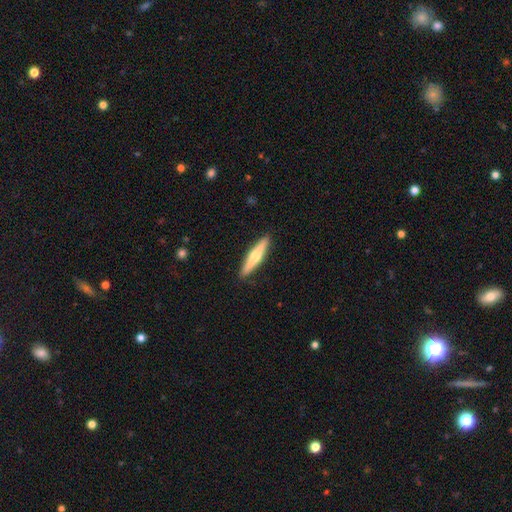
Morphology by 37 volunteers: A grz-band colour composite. It shows a featured or disk galaxy (59%) viewed edge-on (100%) with a rounded central bulge (91%). Merging: none (92%).